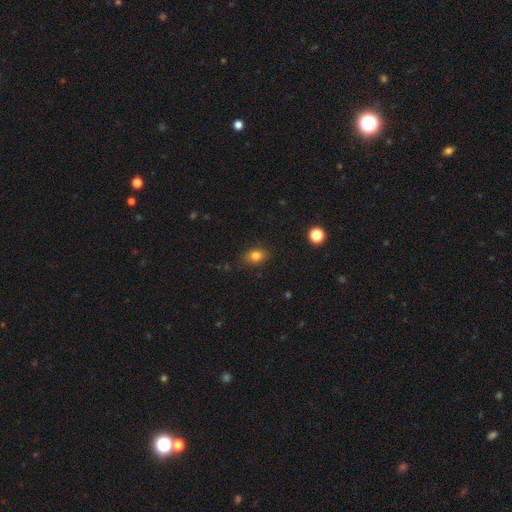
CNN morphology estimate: Q: Smooth or featured?
A: smooth (81%); runner-up: star or artifact (12%)
Q: How rounded?
A: in between (66%); runner-up: round (32%)
Q: Merging?
A: none (83%); runner-up: minor disturbance (13%)